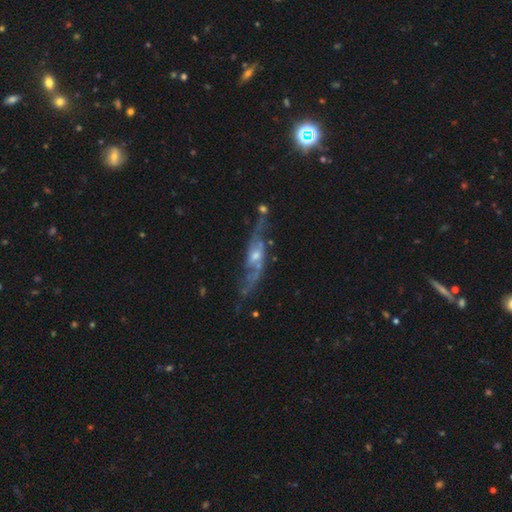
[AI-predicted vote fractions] Q: Smooth or featured?
A: featured or disk (81%); runner-up: smooth (10%)
Q: Edge-on disk?
A: no (69%); runner-up: yes (31%)
Q: Bar?
A: no (57%); runner-up: weak (33%)
Q: Spiral arms?
A: yes (88%); runner-up: no (12%)
Q: Bulge size?
A: small (52%); runner-up: moderate (40%)
Q: Merging?
A: none (63%); runner-up: minor disturbance (19%)